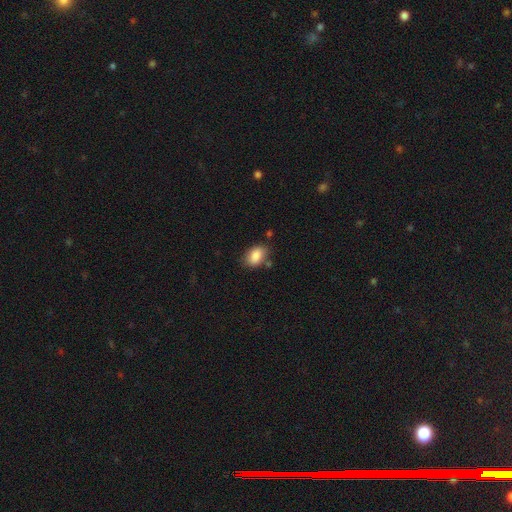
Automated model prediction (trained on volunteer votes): The model was most divided on "merging": none: 73%, minor disturbance: 17%, merger: 5%, major disturbance: 4%. More confident: smooth or featured — smooth (86%); how rounded — in between (86%).